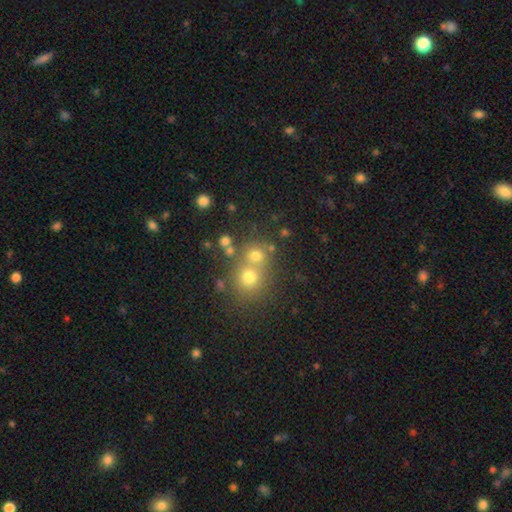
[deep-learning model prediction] Morphology: type=smooth (70%); roundness=round (83%); merging=none (49%).